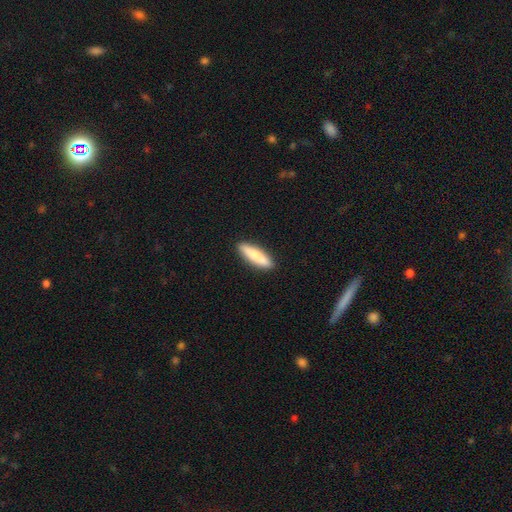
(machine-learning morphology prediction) type=smooth (81%); roundness=cigar-shaped (77%); merging=none (91%).